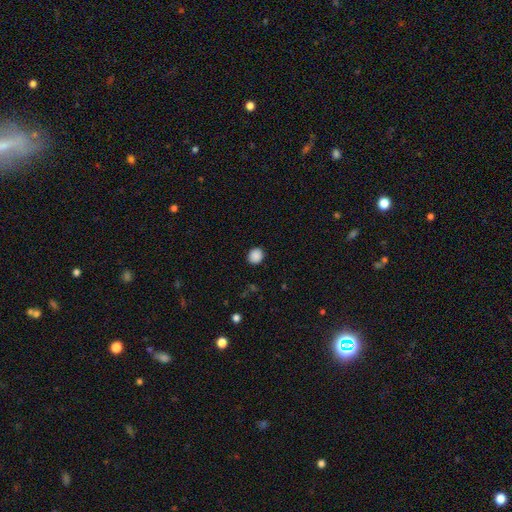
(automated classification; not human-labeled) Smooth or featured? smooth (88%)
How rounded? round (75%)
Merging? none (90%)